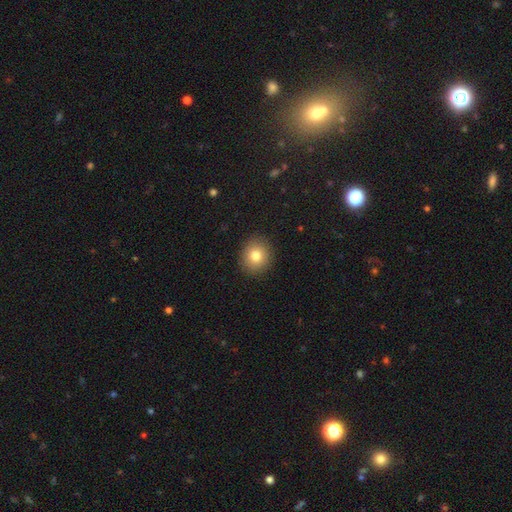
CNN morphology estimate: The model was most divided on "how rounded": round: 82%, in between: 17%, cigar-shaped: 1%. More confident: merging — none (91%); smooth or featured — smooth (80%).